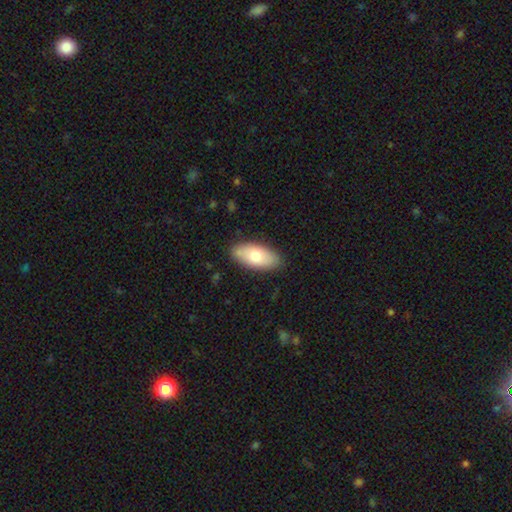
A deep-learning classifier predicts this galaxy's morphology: Overall: smooth (74%). How rounded: in between (90%). Merging: none (84%).